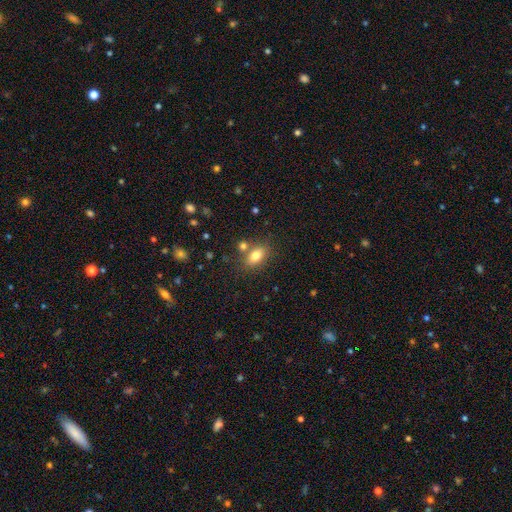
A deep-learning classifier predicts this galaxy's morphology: type=smooth (80%); roundness=in between (82%); merging=none (67%).